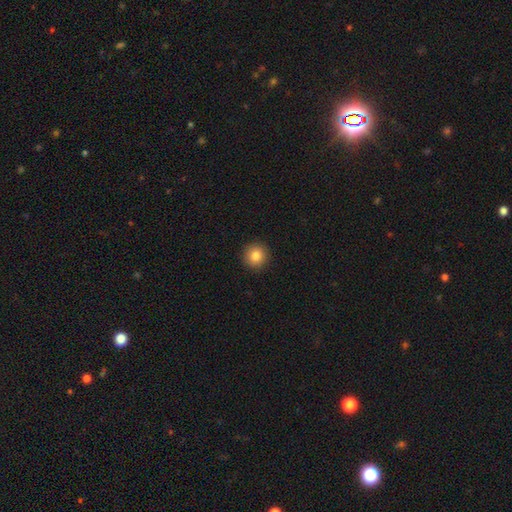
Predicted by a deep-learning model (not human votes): Smooth or featured? smooth (83%)
How rounded? round (94%)
Merging? none (92%)